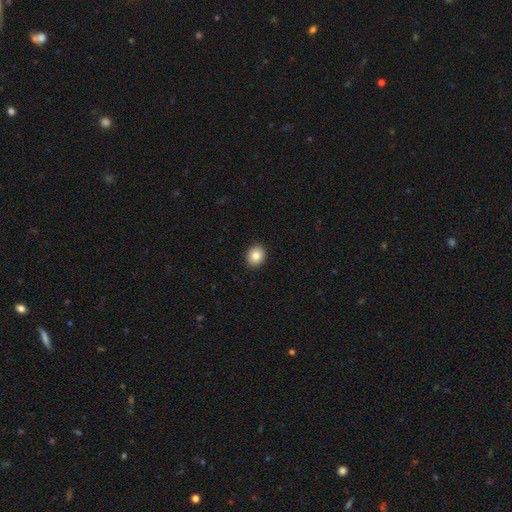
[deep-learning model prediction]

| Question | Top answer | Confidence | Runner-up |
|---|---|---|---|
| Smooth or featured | smooth | 84% | star or artifact (9%) |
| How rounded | round | 65% | in between (34%) |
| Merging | none | 92% | minor disturbance (6%) |